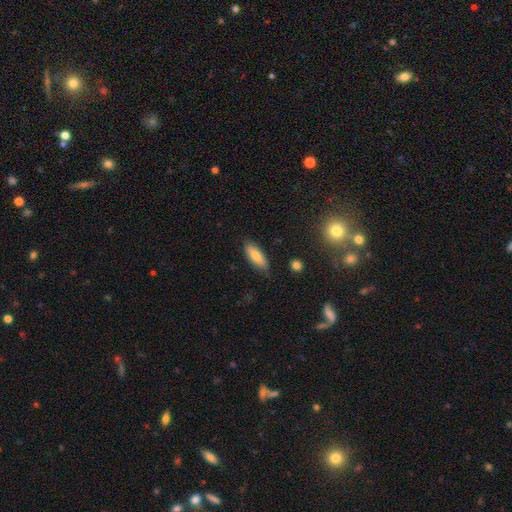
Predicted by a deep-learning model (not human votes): Smooth or featured? smooth (79%)
How rounded? in between (67%)
Merging? none (82%)